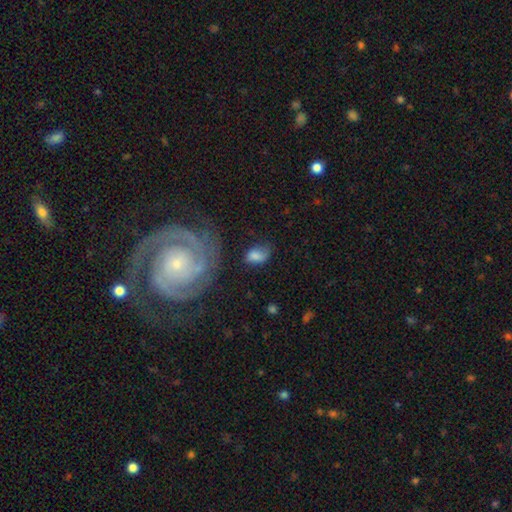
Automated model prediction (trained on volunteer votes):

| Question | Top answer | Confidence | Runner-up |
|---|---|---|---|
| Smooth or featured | smooth | 71% | featured or disk (19%) |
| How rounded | in between | 85% | round (13%) |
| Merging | none | 47% | minor disturbance (30%) |